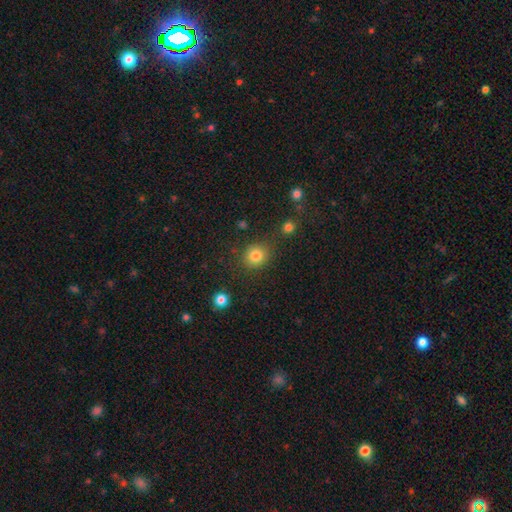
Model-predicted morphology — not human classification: Q: Smooth or featured?
A: smooth (82%); runner-up: star or artifact (12%)
Q: How rounded?
A: round (81%); runner-up: in between (18%)
Q: Merging?
A: none (81%); runner-up: minor disturbance (10%)